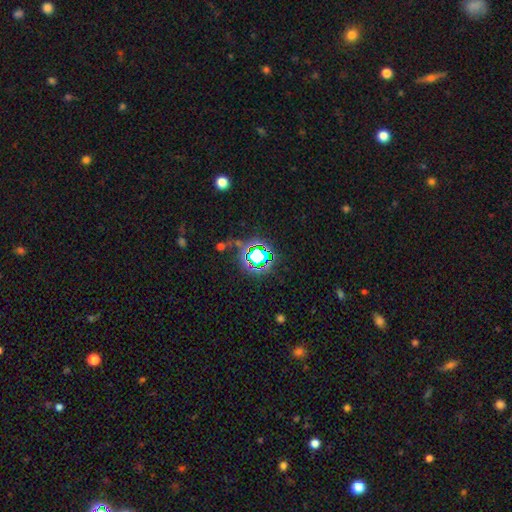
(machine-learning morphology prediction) Overall: star or artifact (68%).